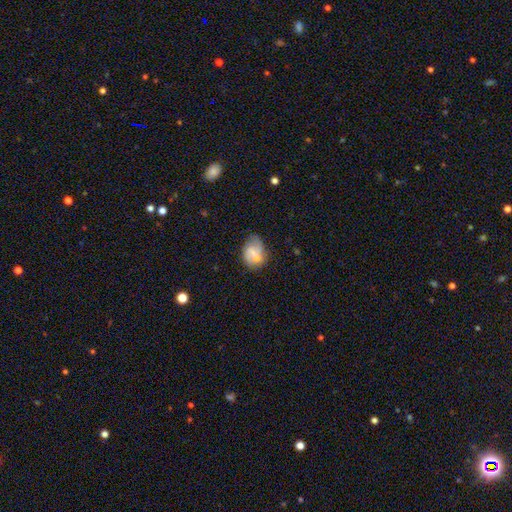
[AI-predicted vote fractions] Smooth or featured? smooth (55%)
How rounded? in between (62%)
Merging? none (44%)